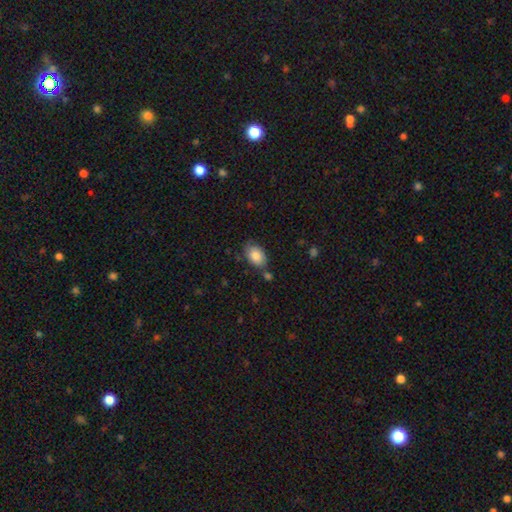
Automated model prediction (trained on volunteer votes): The model was most divided on "merging": none: 68%, minor disturbance: 19%, merger: 8%, major disturbance: 5%. More confident: how rounded — in between (86%); smooth or featured — smooth (81%).